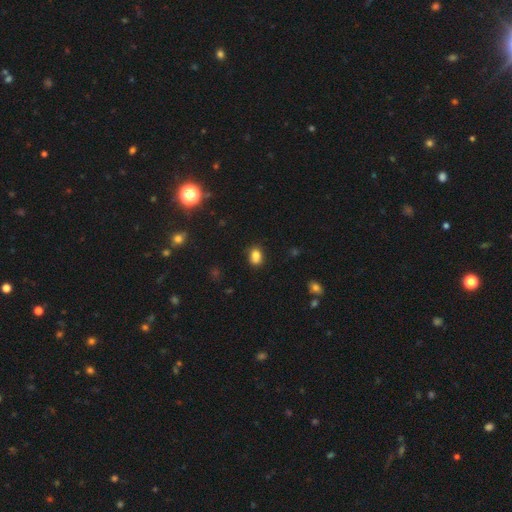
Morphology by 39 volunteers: This is clearly a smooth galaxy (87%). How rounded: likely in between (68%). Merging: possibly none (58%).